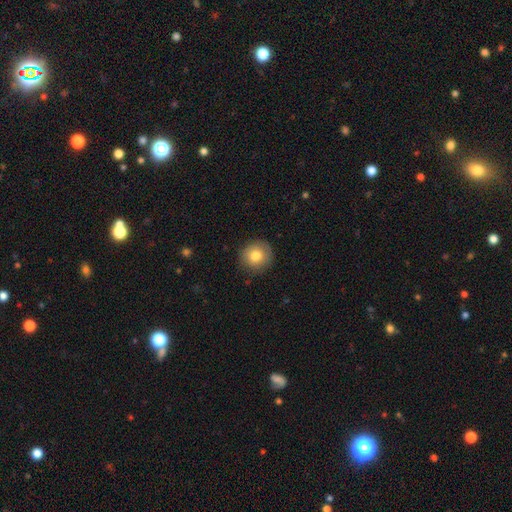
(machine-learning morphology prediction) Smooth or featured? Predicted: smooth (p=0.79). How rounded? Predicted: round (p=0.91). Merging? Predicted: none (p=0.86).